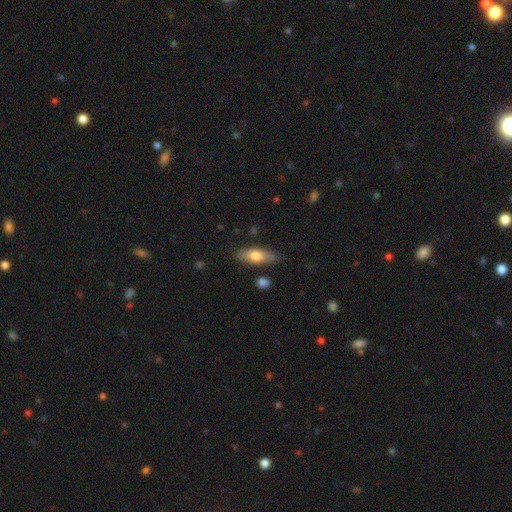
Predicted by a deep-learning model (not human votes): Morphology: type=smooth (69%); roundness=in between (63%); merging=none (78%).